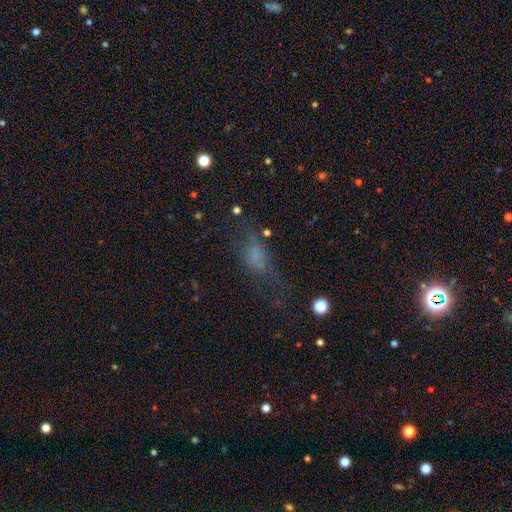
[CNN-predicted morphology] Smooth or featured: smooth — 56% (featured or disk — 23%)
How rounded: in between — 69% (cigar-shaped — 20%)
Merging: none — 40% (major disturbance — 33%)